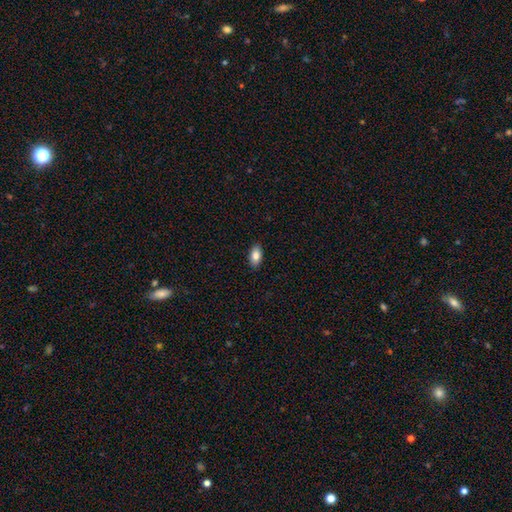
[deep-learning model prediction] smooth 83%, featured or disk 9%, star or artifact 7%. Down the decision tree: how rounded — in between (92%); merging — none (89%).